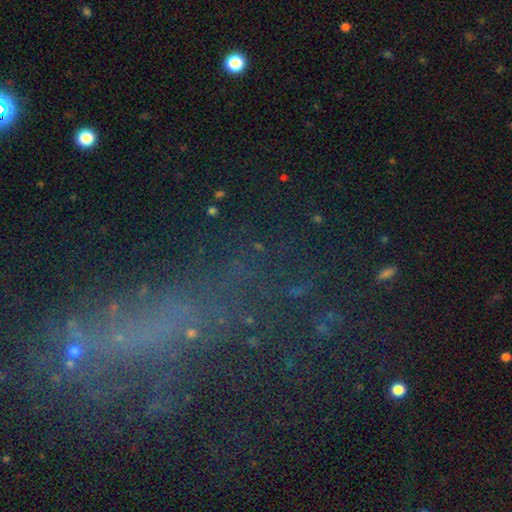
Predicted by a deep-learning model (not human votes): Smooth or featured? star or artifact (50%)